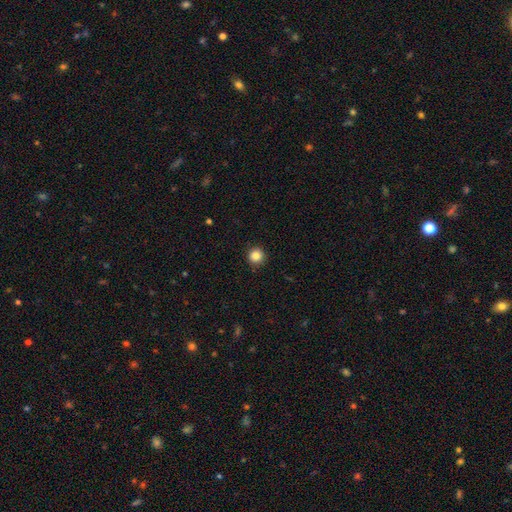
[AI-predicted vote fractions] A smooth galaxy with no disk features (85%) that is round (95%).

Vote fractions:
- Smooth or featured? smooth: 85% / star or artifact: 11% / featured or disk: 4%
- How rounded? round: 95% / in between: 4% / cigar-shaped: 1%
- Merging? none: 92% / minor disturbance: 6% / major disturbance: 2% / merger: 1%